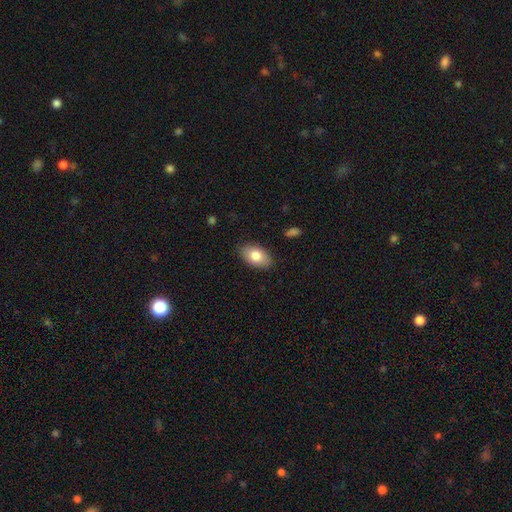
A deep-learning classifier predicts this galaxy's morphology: Smooth or featured? smooth (80%)
How rounded? in between (92%)
Merging? none (86%)